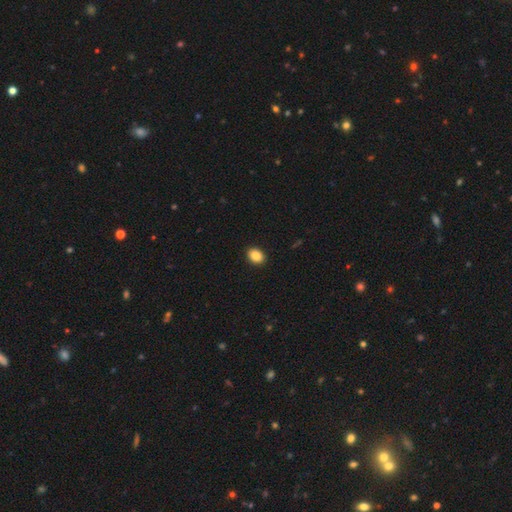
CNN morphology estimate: This appears to be a smooth galaxy with no disk features (87%) that is in between round and cigar-shaped (71%). Merging: none (91%).